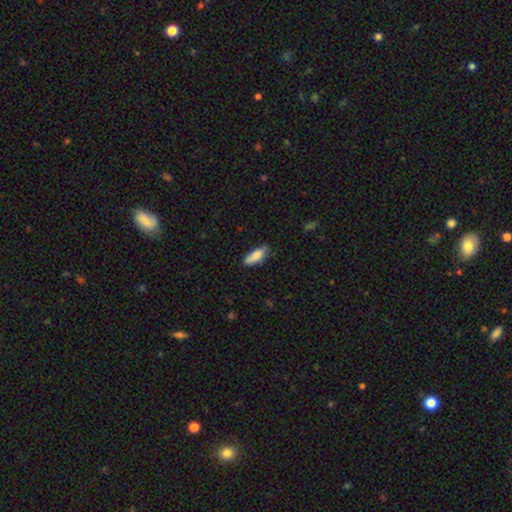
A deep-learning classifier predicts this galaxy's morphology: Overall: smooth (85%). How rounded: in between (64%; cigar-shaped 35%). Merging: none (75%).